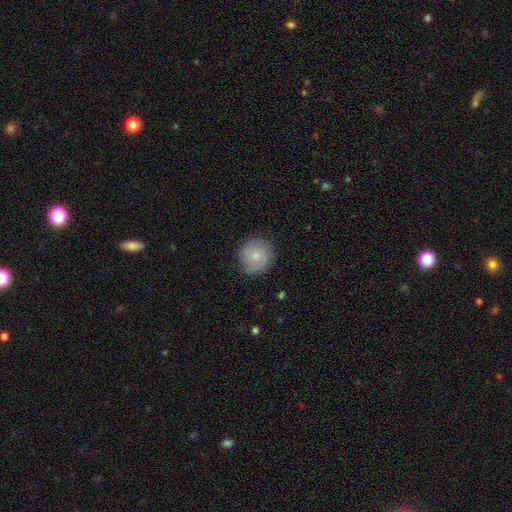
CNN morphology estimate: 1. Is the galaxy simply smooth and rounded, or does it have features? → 62% smooth, 31% featured or disk, 7% star or artifact.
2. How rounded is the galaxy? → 89% round, 10% in between, 1% cigar-shaped.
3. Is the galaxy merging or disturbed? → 78% none, 16% minor disturbance, 4% major disturbance, 1% merger.